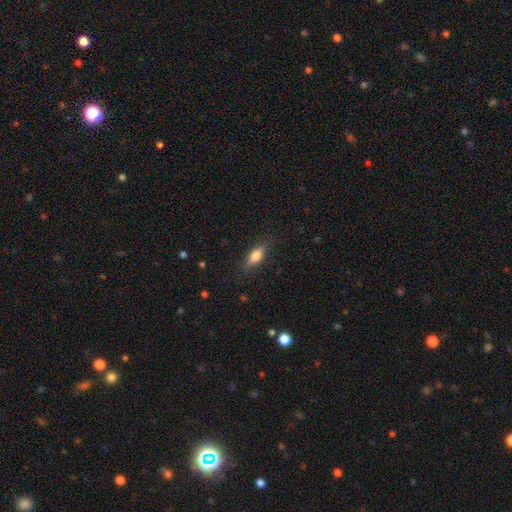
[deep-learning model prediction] Morphology: type=smooth (75%); roundness=in between (68%); merging=none (82%).